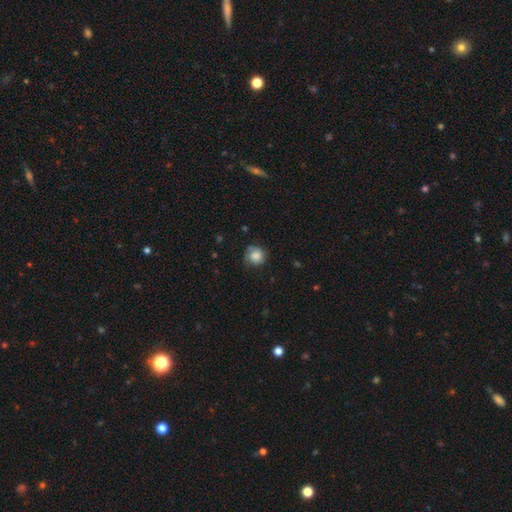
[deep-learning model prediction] The model was most divided on "merging": none: 67%, minor disturbance: 24%, major disturbance: 7%, merger: 2%. More confident: how rounded — round (88%); smooth or featured — smooth (77%).